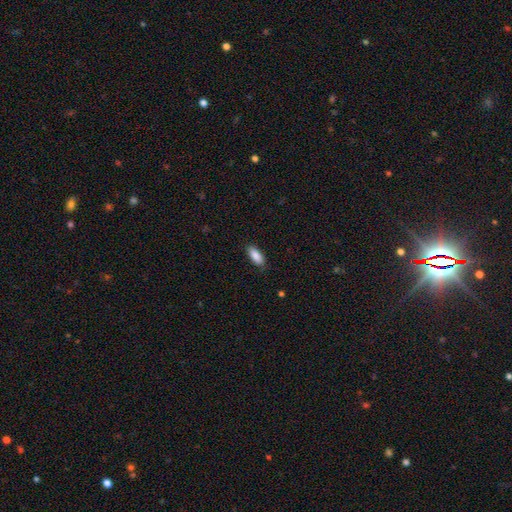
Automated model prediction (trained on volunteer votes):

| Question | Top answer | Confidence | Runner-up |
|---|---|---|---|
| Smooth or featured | smooth | 88% | star or artifact (6%) |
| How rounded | in between | 83% | cigar-shaped (16%) |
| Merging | none | 85% | minor disturbance (12%) |